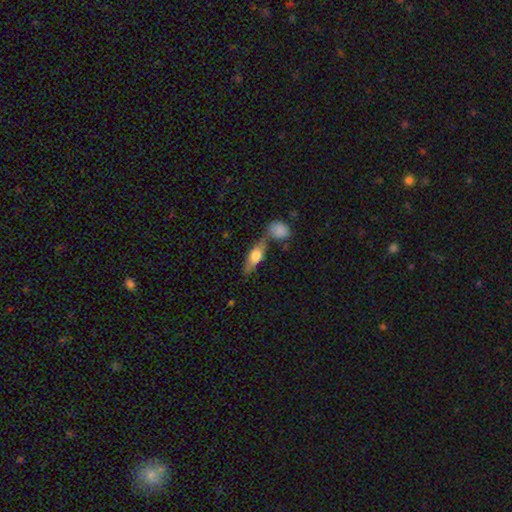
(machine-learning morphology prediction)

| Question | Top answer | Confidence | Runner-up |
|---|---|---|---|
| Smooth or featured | smooth | 54% | featured or disk (40%) |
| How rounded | in between | 55% | cigar-shaped (41%) |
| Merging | none | 62% | merger (21%) |